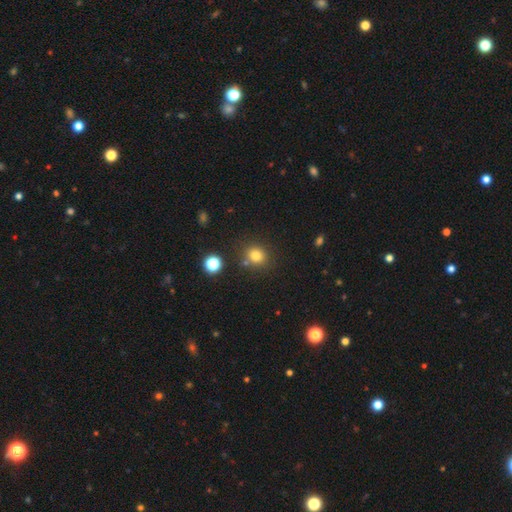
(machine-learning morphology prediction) Smooth or featured: smooth — 79% (star or artifact — 14%)
How rounded: round — 76% (in between — 23%)
Merging: none — 76% (minor disturbance — 10%)